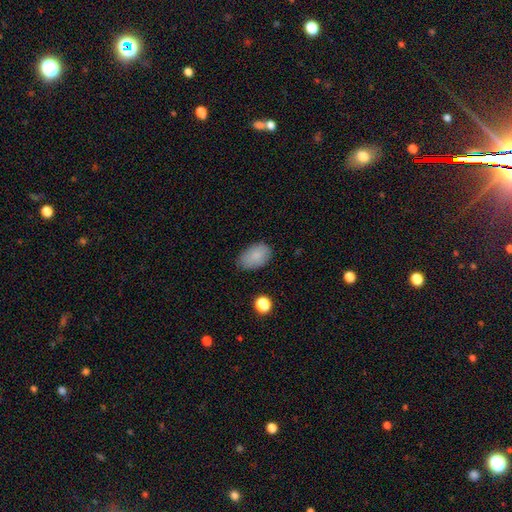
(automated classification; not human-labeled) Q: Smooth or featured?
A: smooth (85%); runner-up: star or artifact (8%)
Q: How rounded?
A: in between (91%); runner-up: round (8%)
Q: Merging?
A: none (79%); runner-up: minor disturbance (16%)